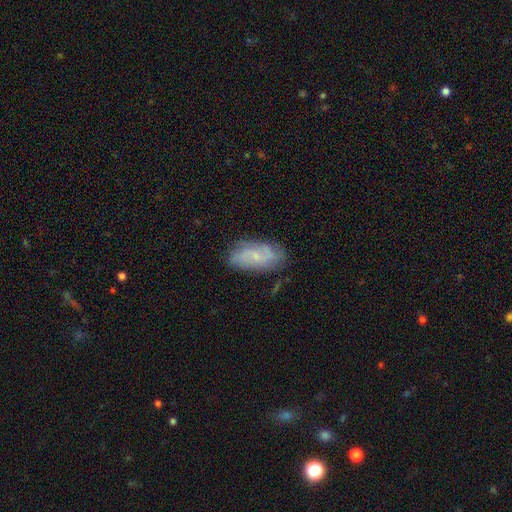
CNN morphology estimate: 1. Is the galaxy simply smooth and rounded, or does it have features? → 66% featured or disk, 26% smooth, 8% star or artifact.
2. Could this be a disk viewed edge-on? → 94% no, 6% yes.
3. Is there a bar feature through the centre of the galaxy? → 55% no, 38% weak, 7% strong.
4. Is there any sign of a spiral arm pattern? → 89% yes, 11% no.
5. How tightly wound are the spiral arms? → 42% medium, 31% tight, 27% loose.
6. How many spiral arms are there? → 51% 2, 26% can't tell, 12% 3, 4% 4, 4% 1, 3% more than 4.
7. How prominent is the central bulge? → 73% small, 17% moderate, 9% none, 1% large, 1% dominant.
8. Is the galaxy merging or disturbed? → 73% none, 20% minor disturbance, 6% major disturbance, 2% merger.